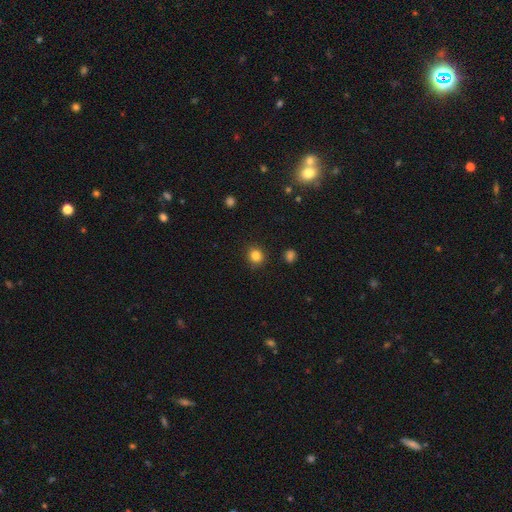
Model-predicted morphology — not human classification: type=smooth (84%); roundness=round (85%); merging=none (90%).